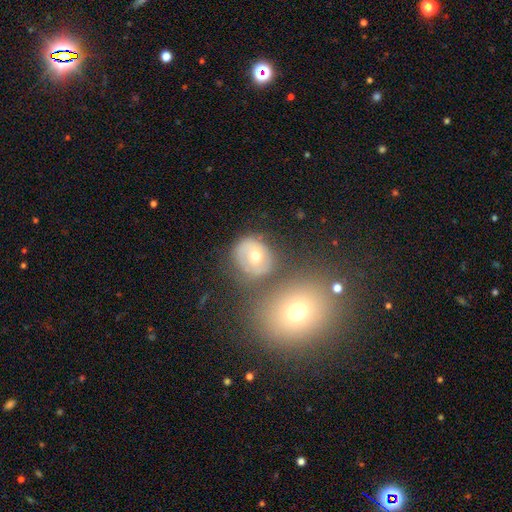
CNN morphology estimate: type=smooth (49%); merging=none (59%).